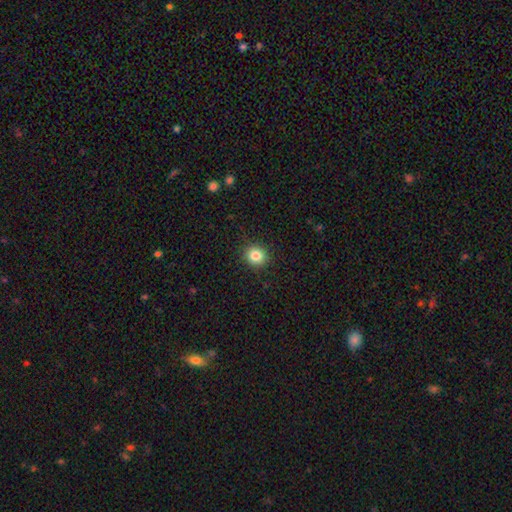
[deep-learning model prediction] Smooth or featured?
  - smooth: 84% *
  - star or artifact: 11%
  - featured or disk: 5%
How rounded?
  - round: 87% *
  - in between: 12%
  - cigar-shaped: 1%
Merging?
  - none: 90% *
  - minor disturbance: 7%
  - major disturbance: 2%
  - merger: 1%